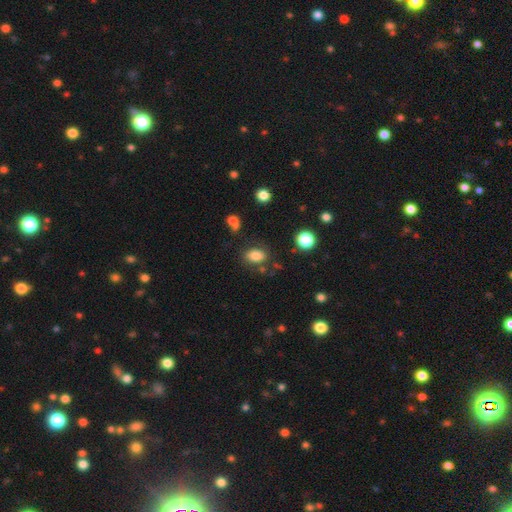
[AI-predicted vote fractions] Smooth or featured? smooth (82%)
How rounded? in between (77%)
Merging? none (74%)